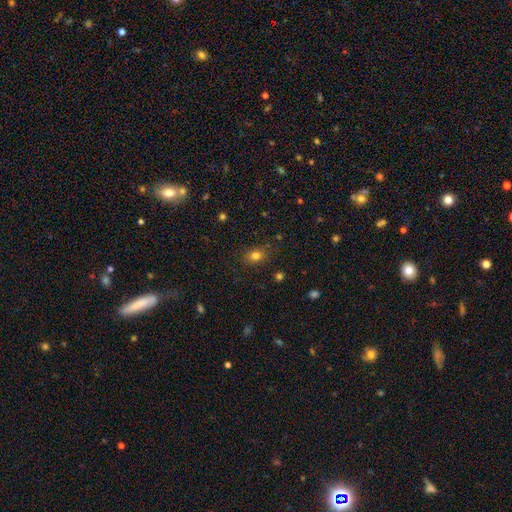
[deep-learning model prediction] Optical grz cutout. It shows a smooth galaxy with no disk features (79%) that is in between round and cigar-shaped (61%). Merging: none (80%).